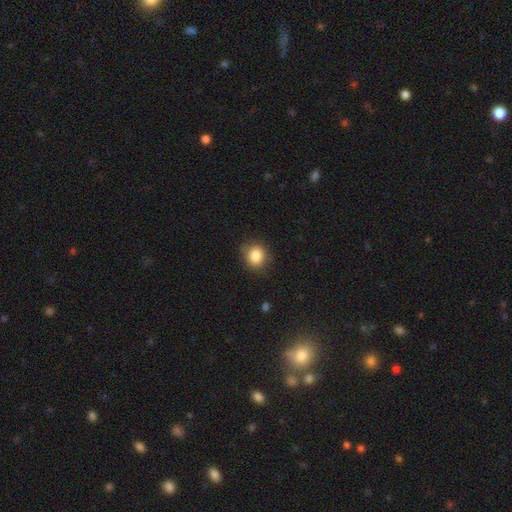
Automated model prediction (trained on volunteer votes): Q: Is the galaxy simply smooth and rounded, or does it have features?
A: smooth — 85%.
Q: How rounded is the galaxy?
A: round — 78%.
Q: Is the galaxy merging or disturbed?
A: none — 80%.